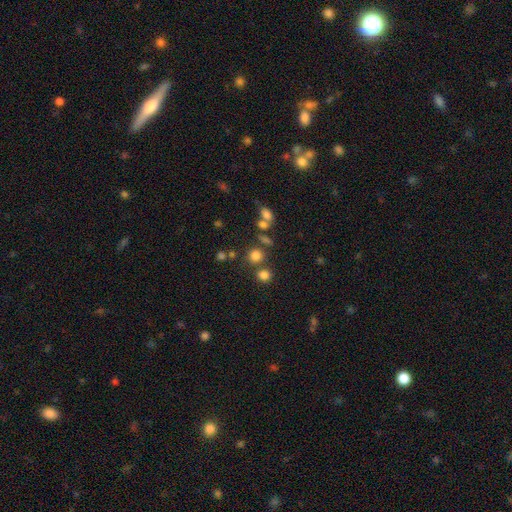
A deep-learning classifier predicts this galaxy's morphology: The model was most divided on "merging": none: 66%, merger: 20%, minor disturbance: 9%, major disturbance: 5%. More confident: how rounded — round (85%); smooth or featured — smooth (76%).